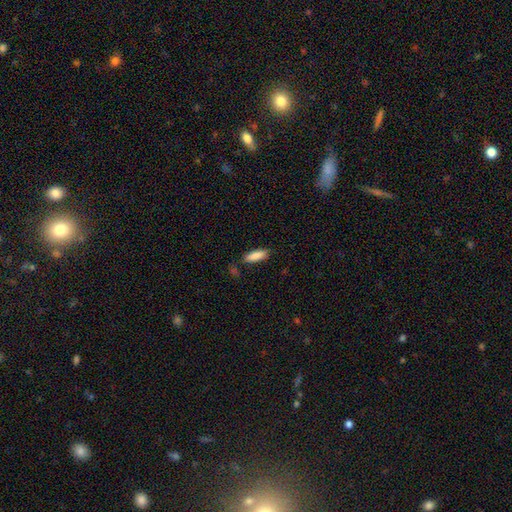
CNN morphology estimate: Overall: smooth (87%). How rounded: in between (58%; cigar-shaped 40%). Merging: none (79%).